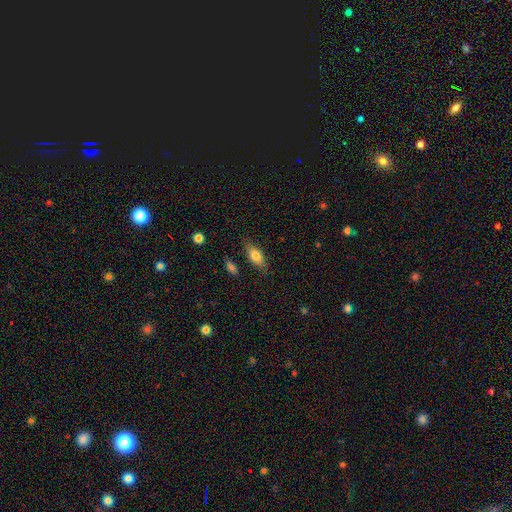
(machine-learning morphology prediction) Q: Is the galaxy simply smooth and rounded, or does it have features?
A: smooth — 74%.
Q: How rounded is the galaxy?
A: in between — 81%.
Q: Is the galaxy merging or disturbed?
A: none — 78%.